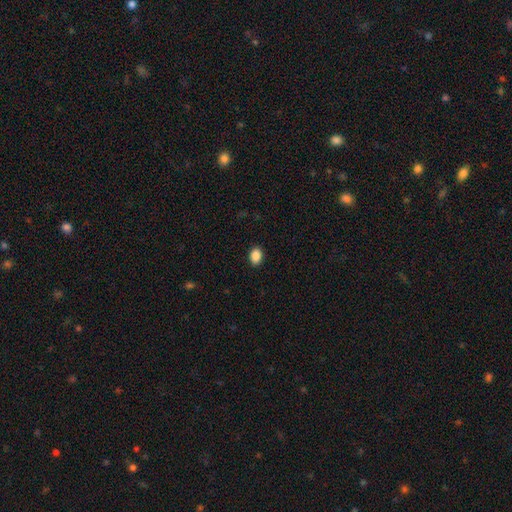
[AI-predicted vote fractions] This appears to be a smooth galaxy with no disk features (88%) that is in between round and cigar-shaped (77%). Merging: none (90%).